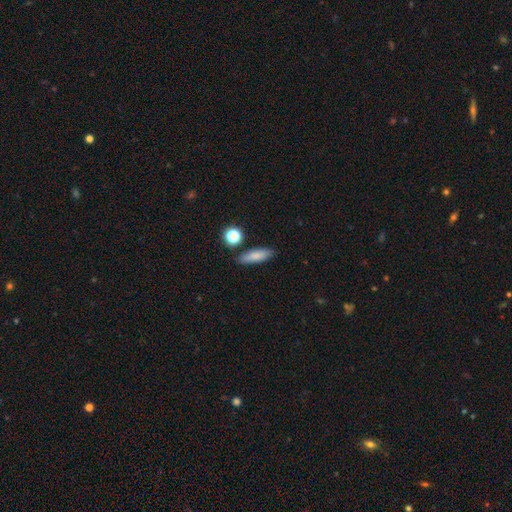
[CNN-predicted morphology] Smooth or featured? Predicted: smooth (p=0.81). How rounded? Predicted: in between (p=0.49). Merging? Predicted: none (p=0.82).